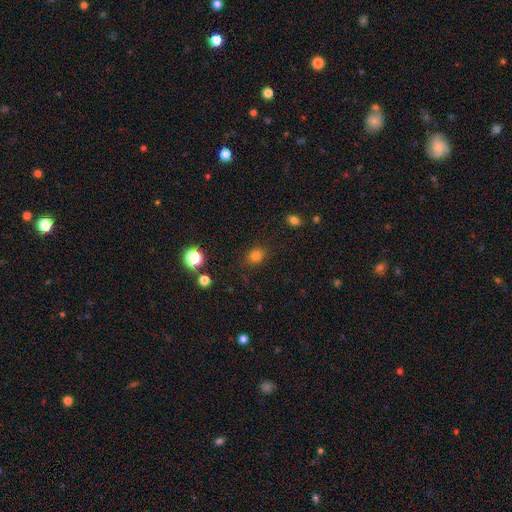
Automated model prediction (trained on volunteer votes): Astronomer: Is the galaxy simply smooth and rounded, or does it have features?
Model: smooth — 79%.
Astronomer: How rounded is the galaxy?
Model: round — 59% (runner-up: in between, 40%).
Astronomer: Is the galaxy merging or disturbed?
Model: none — 83%.